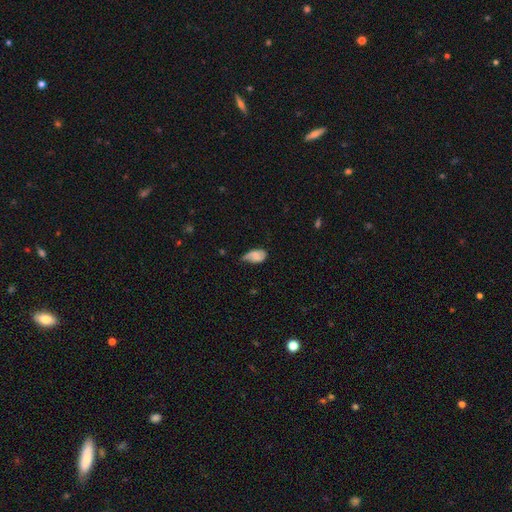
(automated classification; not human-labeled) smooth_or_featured: smooth (p=0.63) [alt: featured or disk p=0.28]
how_rounded: in between (p=0.89) [alt: round p=0.08]
merging: minor disturbance (p=0.48) [alt: none p=0.31]